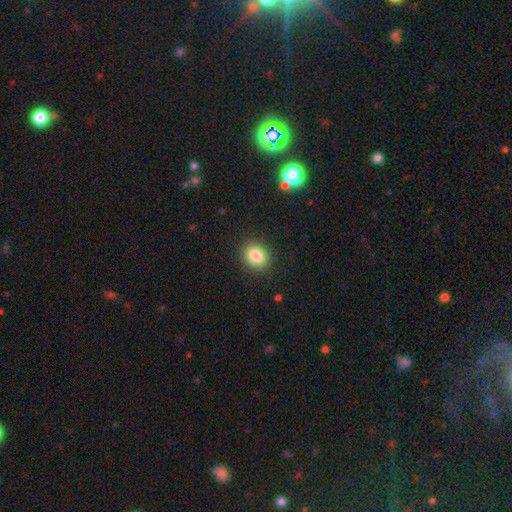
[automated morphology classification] The model was most divided on "how rounded": round: 58%, in between: 41%, cigar-shaped: 1%. More confident: merging — none (89%); smooth or featured — smooth (84%).